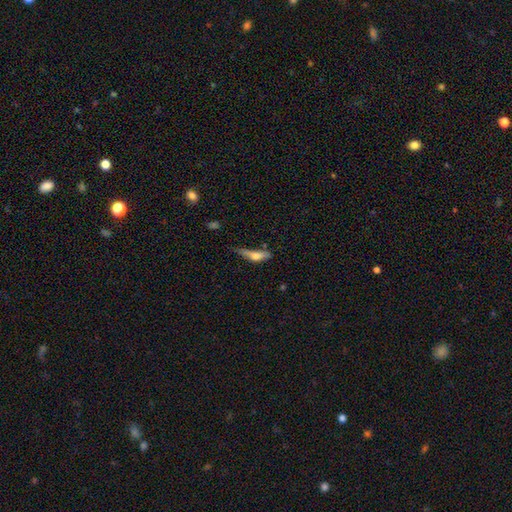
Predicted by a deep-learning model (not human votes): A smooth galaxy with no disk features (57%) that is cigar-shaped (65%). Merging: minor disturbance (35%).